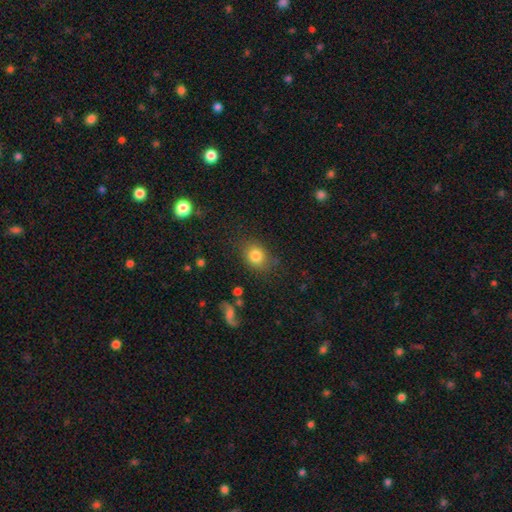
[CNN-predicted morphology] Smooth or featured?
  - smooth: 81% *
  - star or artifact: 10%
  - featured or disk: 9%
How rounded?
  - round: 54% *
  - in between: 45%
  - cigar-shaped: 1%
Merging?
  - none: 74% *
  - minor disturbance: 18%
  - major disturbance: 6%
  - merger: 2%